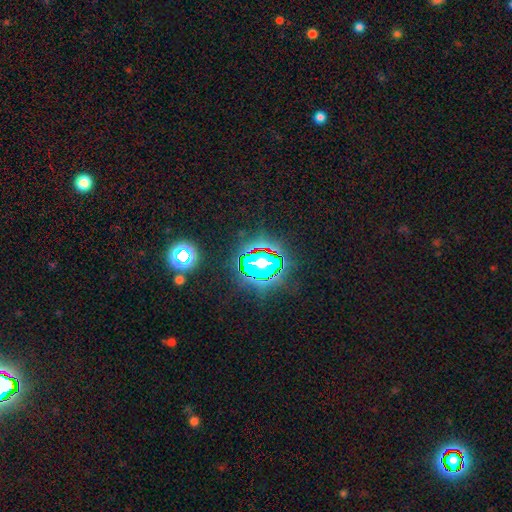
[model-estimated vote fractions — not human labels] Morphology: type=star or artifact (82%).